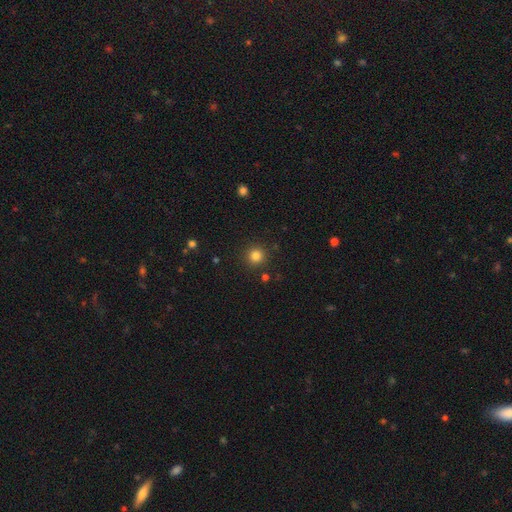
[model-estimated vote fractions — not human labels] This is clearly a smooth galaxy (82%). How rounded: clearly round (95%). Merging: clearly none (90%).